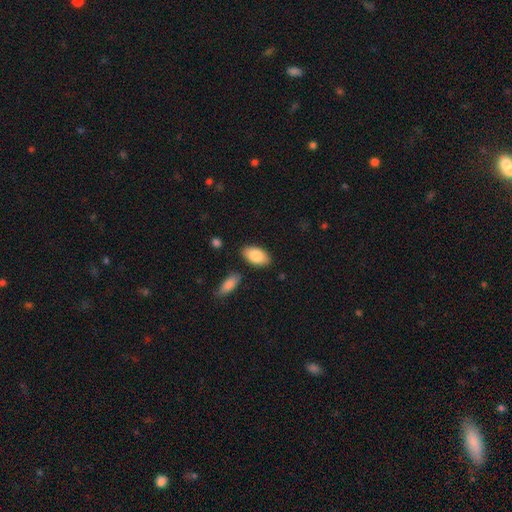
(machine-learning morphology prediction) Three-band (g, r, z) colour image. It shows a smooth galaxy with no disk features (86%) that is in between round and cigar-shaped (94%). Merging: none (84%).